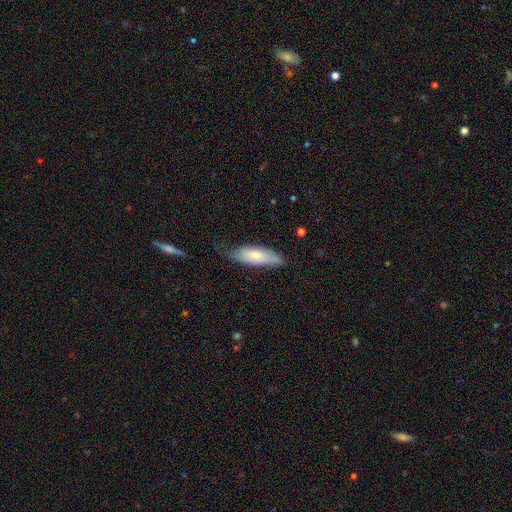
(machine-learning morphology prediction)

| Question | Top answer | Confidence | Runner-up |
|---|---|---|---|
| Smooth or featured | smooth | 75% | featured or disk (20%) |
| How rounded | in between | 65% | cigar-shaped (33%) |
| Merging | none | 52% | minor disturbance (36%) |